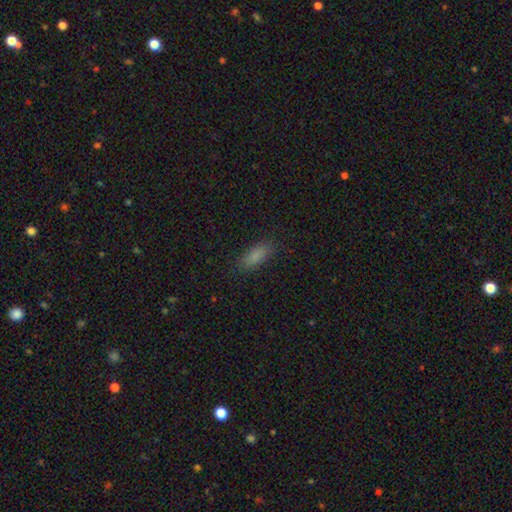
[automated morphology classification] This is clearly a smooth galaxy (84%). How rounded: likely in between (64%). Merging: clearly none (84%).